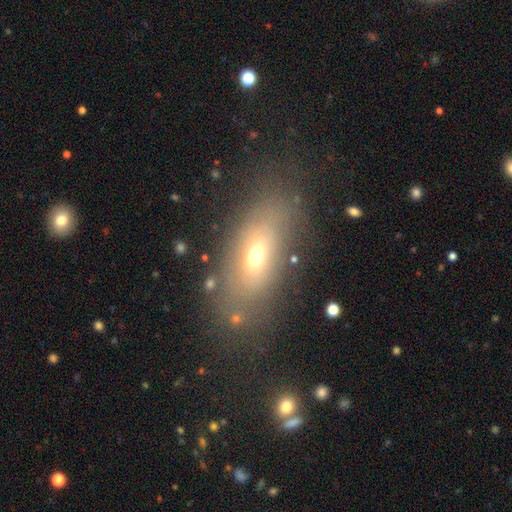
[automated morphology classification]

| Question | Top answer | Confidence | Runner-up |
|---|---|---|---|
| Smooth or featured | smooth | 55% | featured or disk (33%) |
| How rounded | in between | 82% | cigar-shaped (11%) |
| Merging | none | 70% | minor disturbance (17%) |